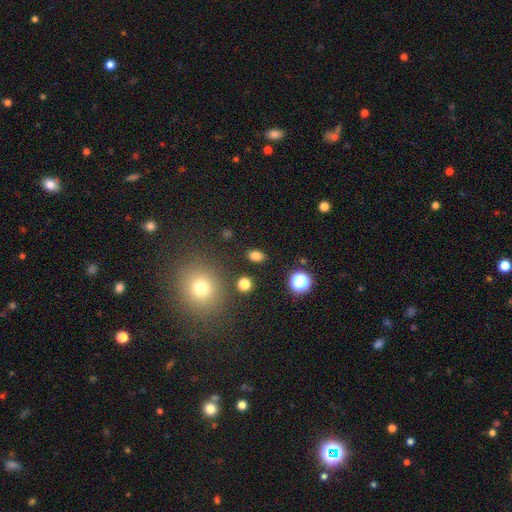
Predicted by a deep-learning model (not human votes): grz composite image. It shows a smooth galaxy with no disk features (80%) that is in between round and cigar-shaped (79%). Merging: none (86%).